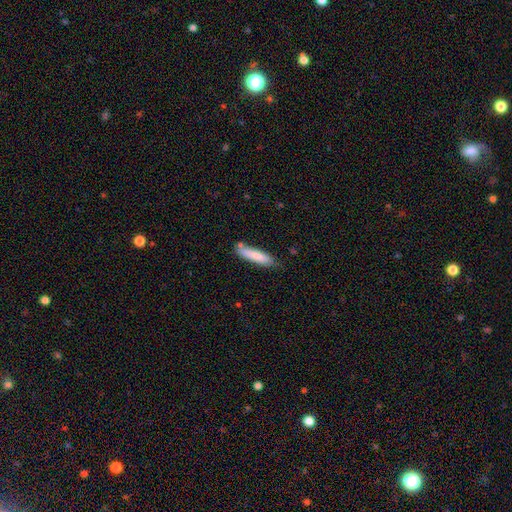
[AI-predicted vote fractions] smooth 80%, featured or disk 14%, star or artifact 6%. Down the decision tree: how rounded — cigar-shaped (82%); merging — none (74%).